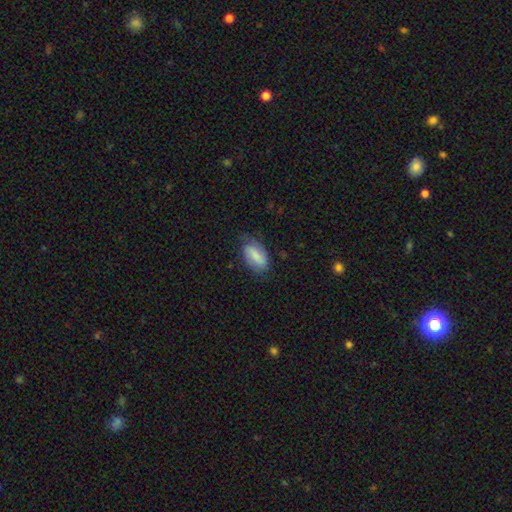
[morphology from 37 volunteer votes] smooth 68%, featured or disk 27%, star or artifact 5%. Down the decision tree: how rounded — in between (72%); merging — none (57%).